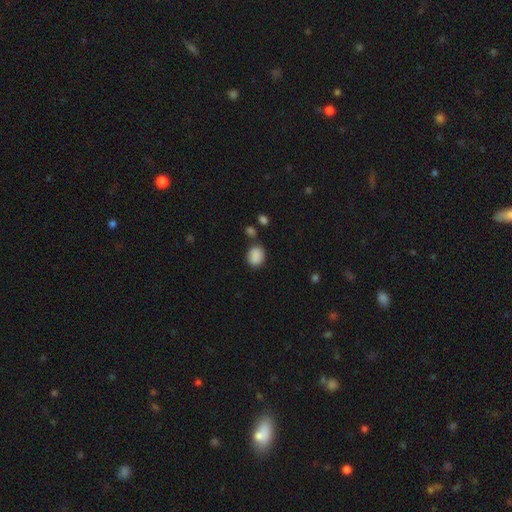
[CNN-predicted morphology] Smooth or featured? smooth (87%)
How rounded? in between (50%)
Merging? none (71%)